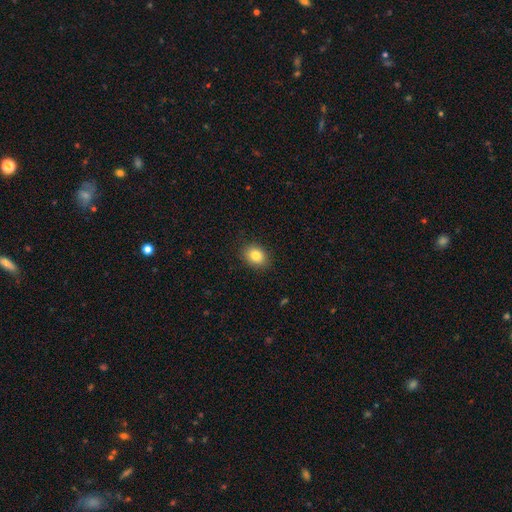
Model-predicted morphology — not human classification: A smooth galaxy with no disk features (82%) that is in between round and cigar-shaped (54%). Merging: none (88%).